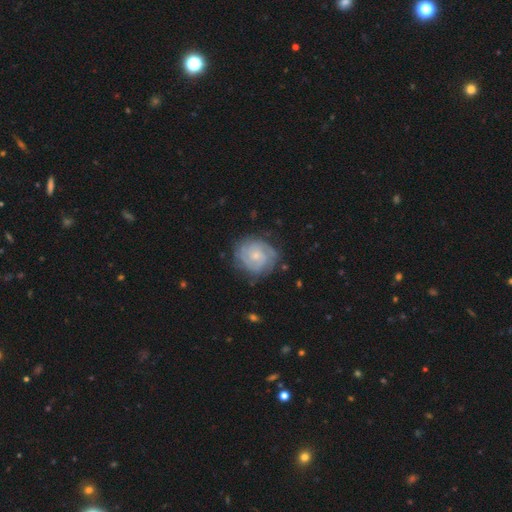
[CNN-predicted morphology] Smooth or featured?
  - featured or disk: 80% *
  - smooth: 14%
  - star or artifact: 5%
Edge-on disk?
  - no: 98% *
  - yes: 2%
Bar?
  - no: 68% *
  - weak: 28%
  - strong: 4%
Spiral arms?
  - yes: 95% *
  - no: 5%
Spiral winding?
  - tight: 72% *
  - medium: 23%
  - loose: 5%
Spiral arm count?
  - 2: 49% *
  - can't tell: 22%
  - 3: 16%
  - 4: 5%
  - 1: 4%
  - more than 4: 4%
Bulge size?
  - small: 58% *
  - moderate: 33%
  - none: 6%
  - large: 2%
  - dominant: 1%
Merging?
  - none: 77% *
  - minor disturbance: 16%
  - major disturbance: 5%
  - merger: 1%